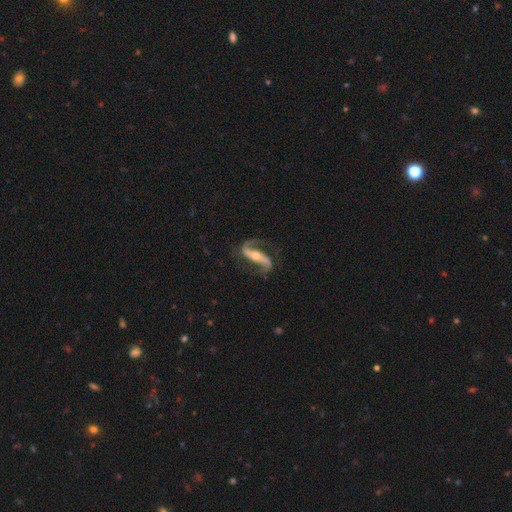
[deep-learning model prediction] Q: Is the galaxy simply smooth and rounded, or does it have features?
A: featured or disk — 92%.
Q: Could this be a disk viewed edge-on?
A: no — 94%.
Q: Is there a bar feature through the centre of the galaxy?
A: strong — 62%.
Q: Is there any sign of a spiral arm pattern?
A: yes — 97%.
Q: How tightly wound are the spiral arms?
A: loose — 44%, tied with medium.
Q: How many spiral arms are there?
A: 2 — 93%.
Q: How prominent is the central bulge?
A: moderate — 55%.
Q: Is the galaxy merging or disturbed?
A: none — 77%.